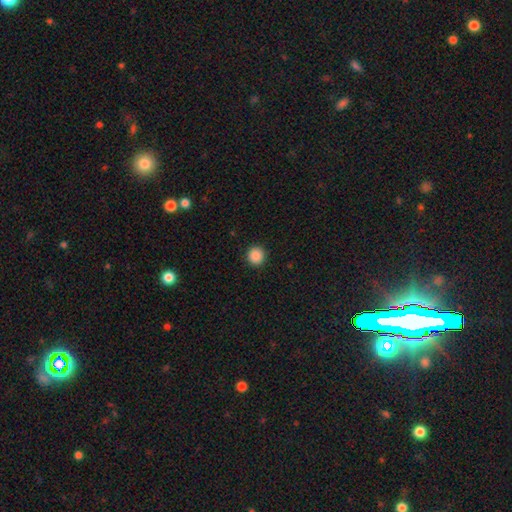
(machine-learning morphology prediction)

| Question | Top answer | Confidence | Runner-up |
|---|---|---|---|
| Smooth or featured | smooth | 88% | star or artifact (9%) |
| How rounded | round | 94% | in between (5%) |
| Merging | none | 93% | minor disturbance (5%) |